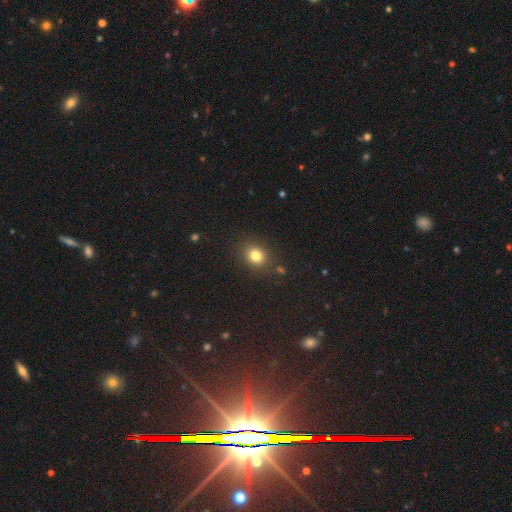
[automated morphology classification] This is clearly a smooth galaxy (80%). How rounded: likely round (67%). Merging: clearly none (85%).